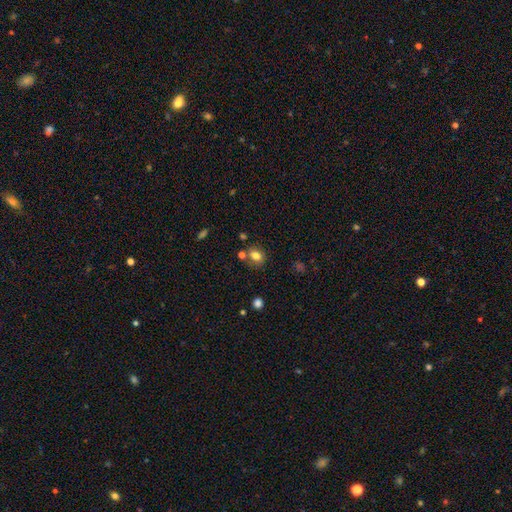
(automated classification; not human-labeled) Smooth or featured?
  - smooth: 79% *
  - star or artifact: 12%
  - featured or disk: 9%
How rounded?
  - round: 51% *
  - in between: 48%
  - cigar-shaped: 1%
Merging?
  - none: 69% *
  - minor disturbance: 14%
  - merger: 13%
  - major disturbance: 4%